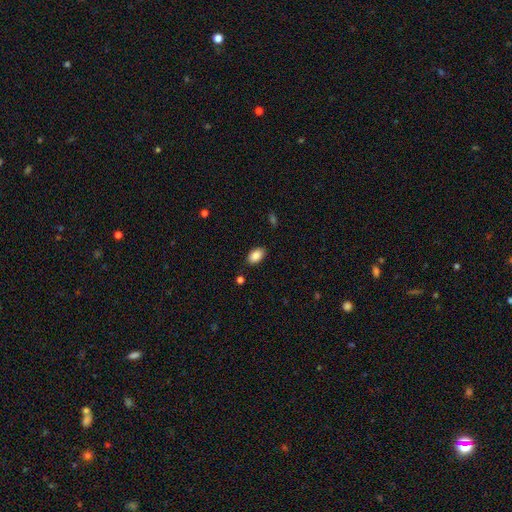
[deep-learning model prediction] Smooth or featured? Predicted: smooth (p=0.86). How rounded? Predicted: in between (p=0.91). Merging? Predicted: none (p=0.86).